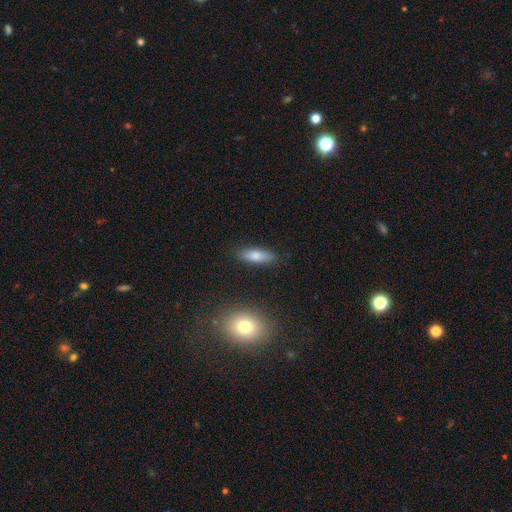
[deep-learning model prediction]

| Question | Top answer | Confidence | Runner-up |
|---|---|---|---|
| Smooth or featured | smooth | 75% | featured or disk (18%) |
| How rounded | in between | 55% | cigar-shaped (42%) |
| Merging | none | 86% | minor disturbance (10%) |